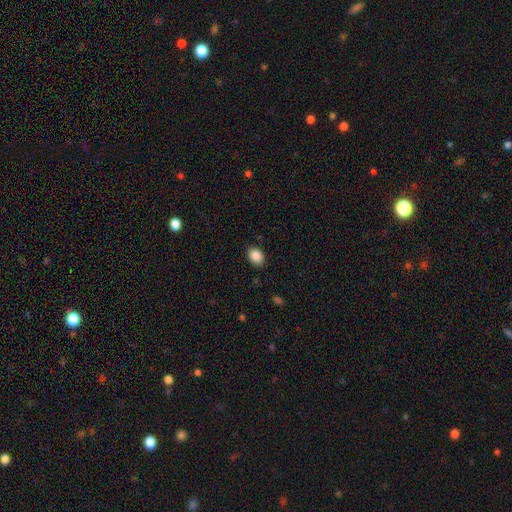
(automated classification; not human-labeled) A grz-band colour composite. It shows a smooth galaxy with no disk features (88%) that is in between round and cigar-shaped (71%). Merging: none (88%).